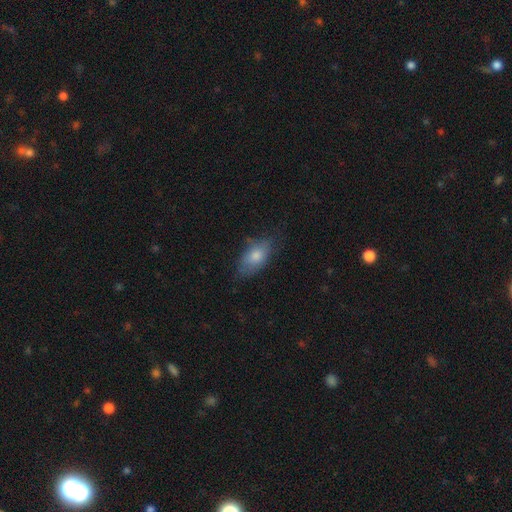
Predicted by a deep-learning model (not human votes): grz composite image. It shows a smooth galaxy with no disk features (73%) that is in between round and cigar-shaped (89%). Merging: none (66%).